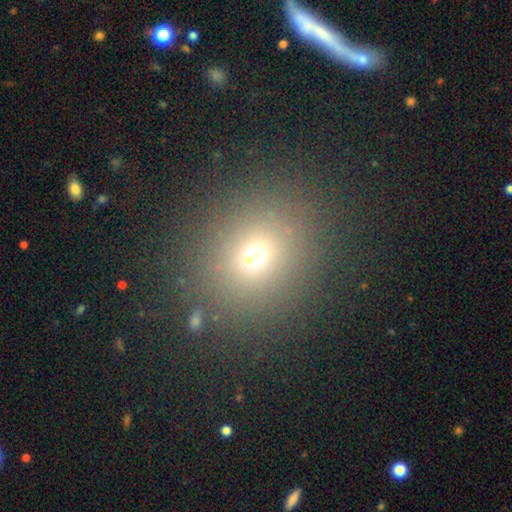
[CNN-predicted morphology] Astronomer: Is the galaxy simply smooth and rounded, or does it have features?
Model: smooth — 64%.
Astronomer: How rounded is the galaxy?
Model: round — 79%.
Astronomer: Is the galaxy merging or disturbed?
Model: none — 81%.